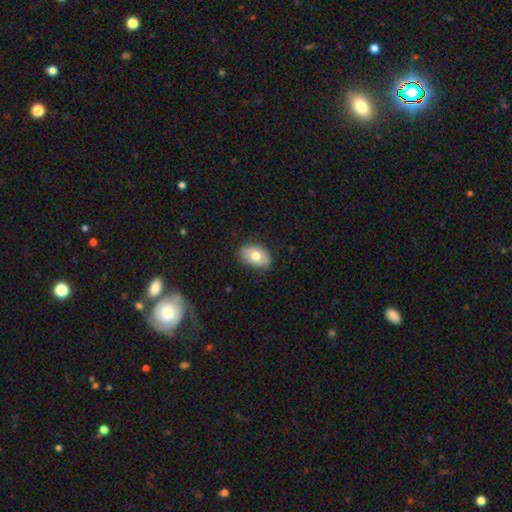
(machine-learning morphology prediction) smooth_or_featured: smooth (p=0.71) [alt: featured or disk p=0.22]
how_rounded: in between (p=0.85) [alt: round p=0.14]
merging: none (p=0.84) [alt: minor disturbance p=0.13]